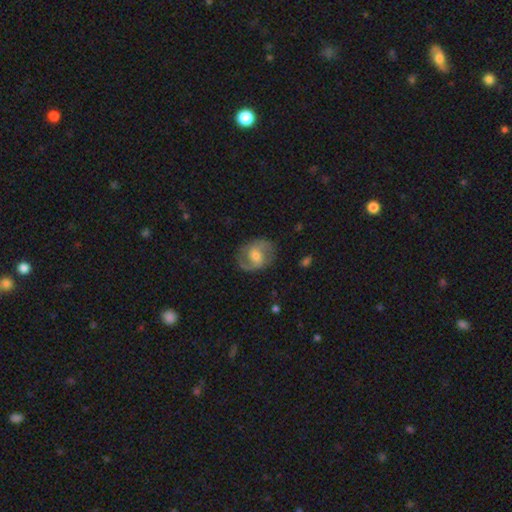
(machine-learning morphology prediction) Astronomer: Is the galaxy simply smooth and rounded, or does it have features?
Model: featured or disk — 68%.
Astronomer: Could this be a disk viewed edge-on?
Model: no — 97%.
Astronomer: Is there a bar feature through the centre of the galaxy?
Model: weak — 50% (runner-up: no, 31%).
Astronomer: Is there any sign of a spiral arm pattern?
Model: yes — 86%.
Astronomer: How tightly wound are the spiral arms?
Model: medium — 48% (runner-up: loose, 34%).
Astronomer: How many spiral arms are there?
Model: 2 — 85%.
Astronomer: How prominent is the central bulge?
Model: moderate — 59%.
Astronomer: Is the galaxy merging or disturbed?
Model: none — 75%.